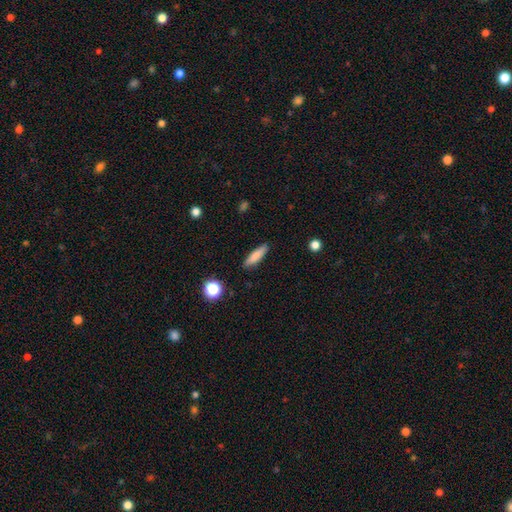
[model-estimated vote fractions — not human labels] Morphology: type=smooth (81%); roundness=cigar-shaped (70%); merging=none (88%).